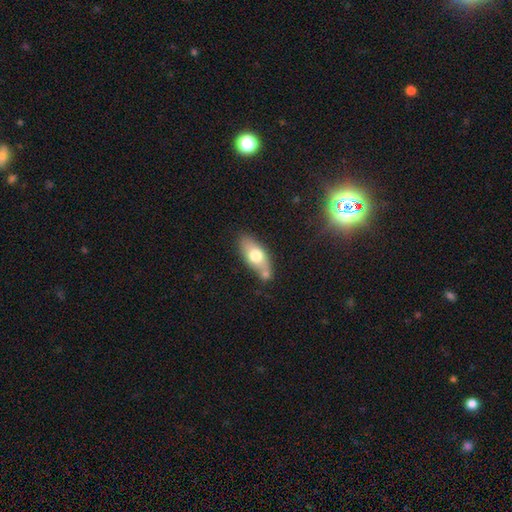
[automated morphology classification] smooth 66%, featured or disk 27%, star or artifact 7%. Down the decision tree: how rounded — in between (80%); merging — none (58%).